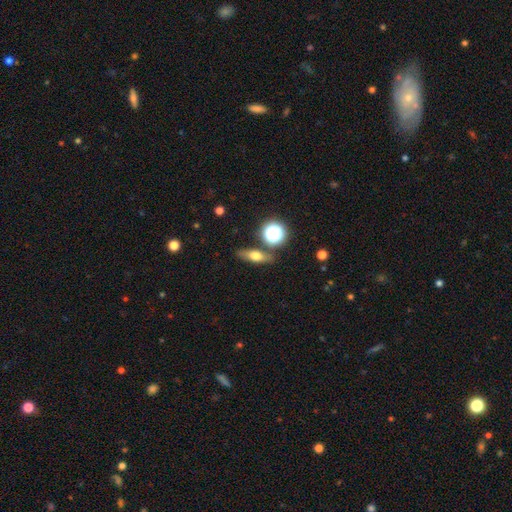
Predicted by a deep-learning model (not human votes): Smooth or featured? Predicted: smooth (p=0.57). How rounded? Predicted: in between (p=0.45). Merging? Predicted: none (p=0.79).